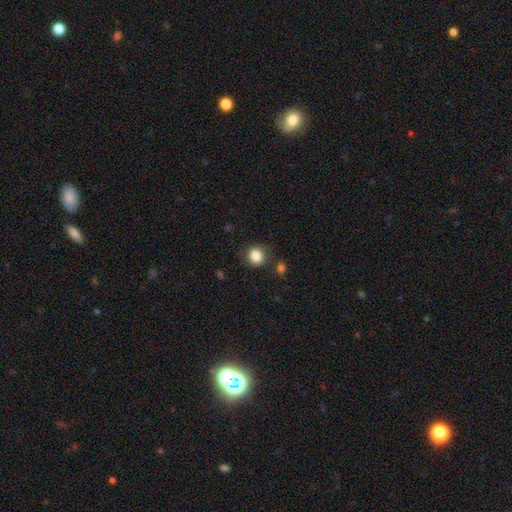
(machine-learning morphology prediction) This appears to be a smooth galaxy with no disk features (85%) that is round (81%). Merging: none (81%).